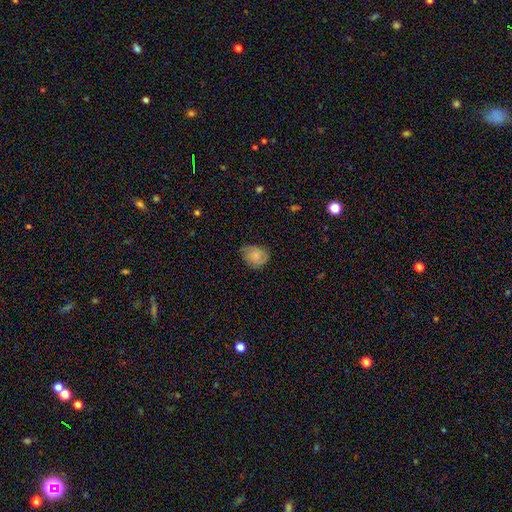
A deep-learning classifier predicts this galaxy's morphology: Smooth or featured: smooth — 72% (featured or disk — 20%)
How rounded: round — 56% (in between — 43%)
Merging: none — 61% (minor disturbance — 31%)